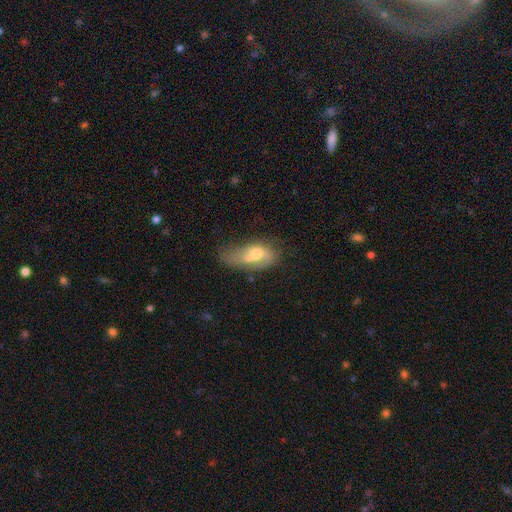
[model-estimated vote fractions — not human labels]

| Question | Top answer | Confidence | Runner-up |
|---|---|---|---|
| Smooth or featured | smooth | 47% | featured or disk (43%) |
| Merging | major disturbance | 28% | minor disturbance (27%) |